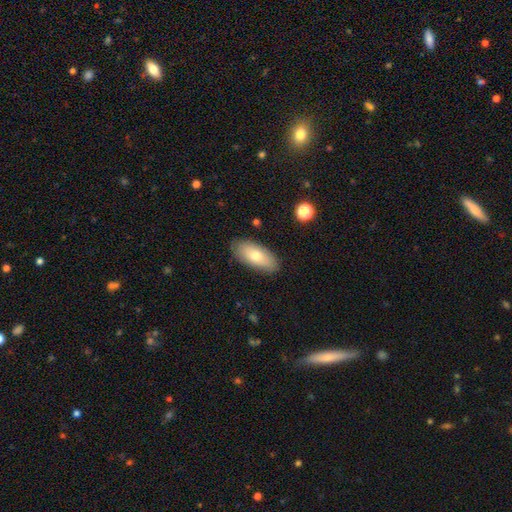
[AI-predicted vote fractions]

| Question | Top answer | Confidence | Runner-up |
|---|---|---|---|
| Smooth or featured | smooth | 72% | featured or disk (21%) |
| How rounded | in between | 86% | cigar-shaped (11%) |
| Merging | none | 87% | minor disturbance (10%) |